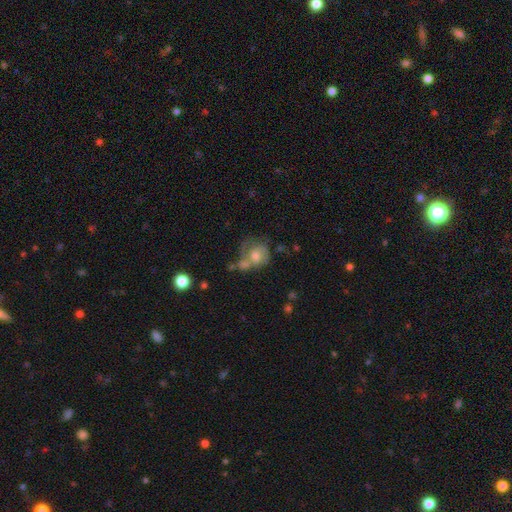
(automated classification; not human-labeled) featured or disk 46%, smooth 44%, star or artifact 10%. Down the decision tree: merging — none (32%).